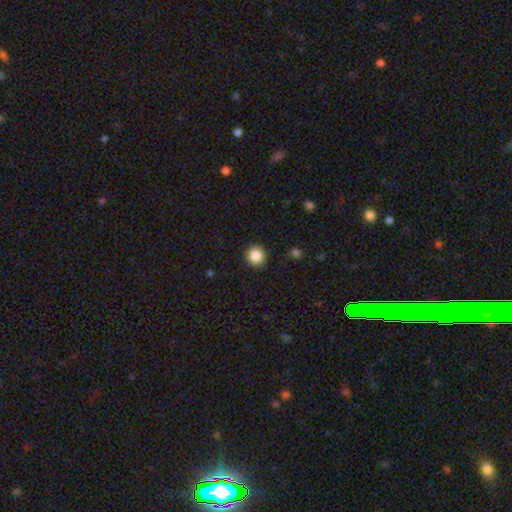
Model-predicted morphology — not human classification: type=smooth (87%); roundness=round (91%); merging=none (90%).